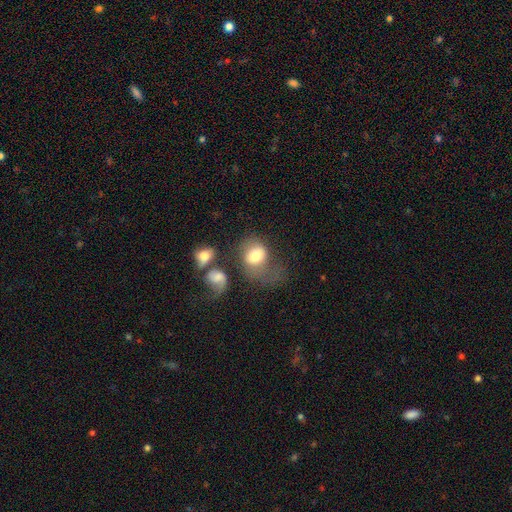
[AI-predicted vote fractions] Q: Smooth or featured?
A: smooth (68%); runner-up: featured or disk (24%)
Q: How rounded?
A: round (50%); runner-up: in between (49%)
Q: Merging?
A: major disturbance (37%); runner-up: none (29%)